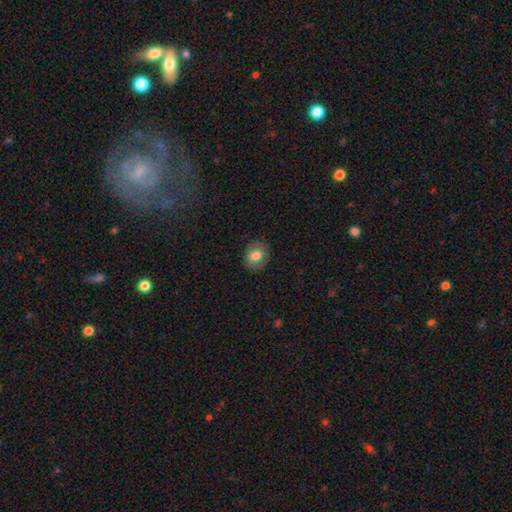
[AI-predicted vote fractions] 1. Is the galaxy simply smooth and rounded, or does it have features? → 78% smooth, 13% featured or disk, 8% star or artifact.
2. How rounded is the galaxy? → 54% round, 45% in between, 1% cigar-shaped.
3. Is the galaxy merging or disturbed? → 86% none, 10% minor disturbance, 3% major disturbance, 1% merger.